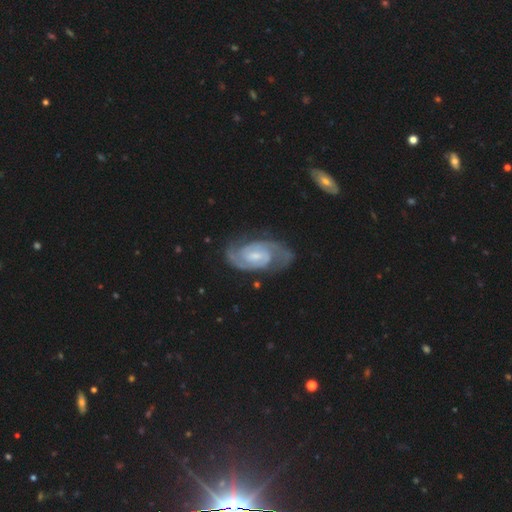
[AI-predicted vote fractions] This is clearly a featured or disk galaxy (91%). It is clearly not viewed edge-on (97%). Bar: possibly weak (56%). Spiral arm pattern: clearly yes (98%). Spiral arm count: clearly 2 (88%). Spiral winding: possibly tight (53%). Central bulge: possibly small (57%). Merging: likely none (76%).